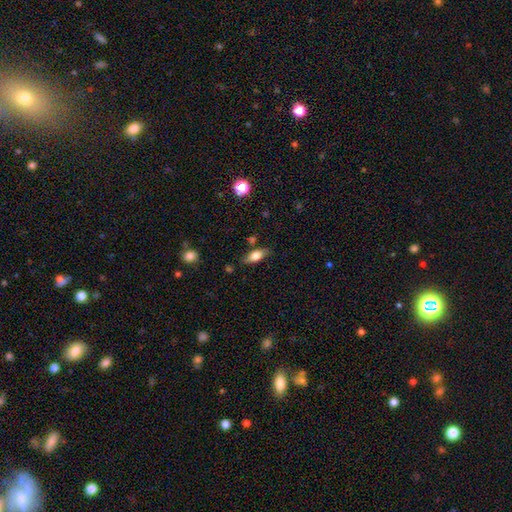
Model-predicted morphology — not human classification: A smooth galaxy with no disk features (68%) that is in between round and cigar-shaped (75%). Merging: none (78%).